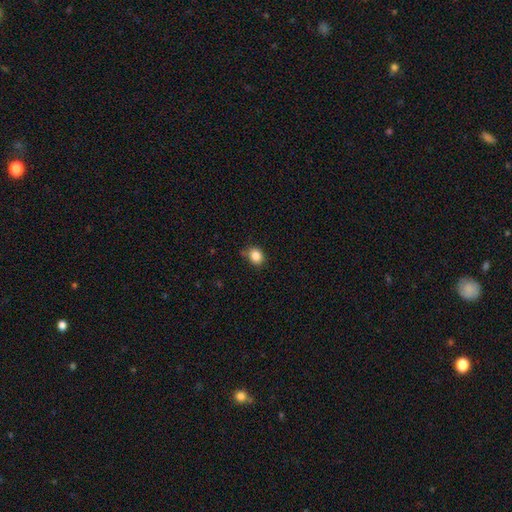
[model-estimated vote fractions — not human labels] Smooth or featured?
  - smooth: 85% *
  - star or artifact: 10%
  - featured or disk: 5%
How rounded?
  - round: 58% *
  - in between: 41%
  - cigar-shaped: 1%
Merging?
  - none: 72% *
  - minor disturbance: 20%
  - major disturbance: 4%
  - merger: 3%